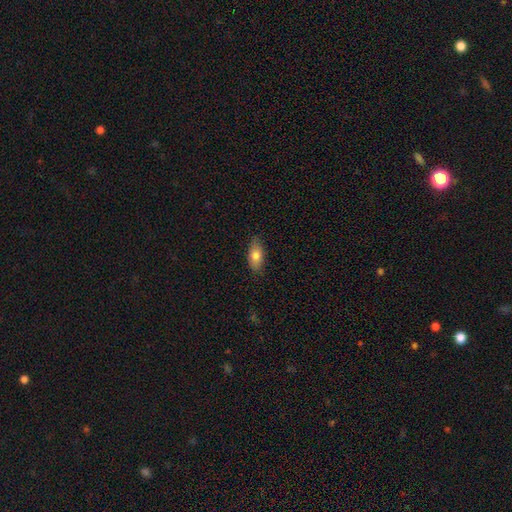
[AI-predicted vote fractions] A smooth galaxy with no disk features (77%) that is in between round and cigar-shaped (87%).

Vote fractions:
- Smooth or featured? smooth: 77% / featured or disk: 16% / star or artifact: 7%
- How rounded? in between: 87% / cigar-shaped: 9% / round: 4%
- Merging? none: 82% / minor disturbance: 14% / major disturbance: 2% / merger: 1%